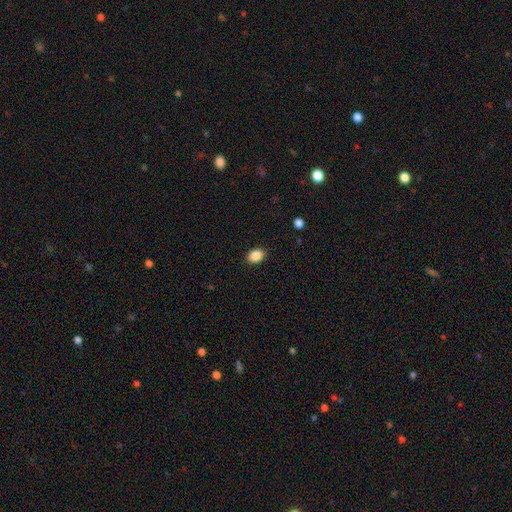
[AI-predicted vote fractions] smooth_or_featured: smooth (p=0.88) [alt: star or artifact p=0.09]
how_rounded: in between (p=0.75) [alt: round p=0.24]
merging: none (p=0.89) [alt: minor disturbance p=0.08]